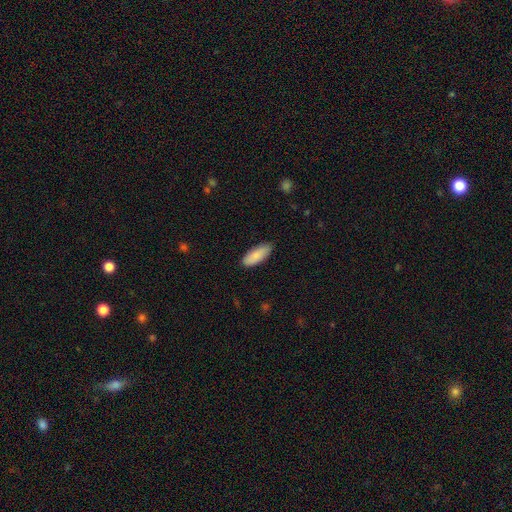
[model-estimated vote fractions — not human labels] Q: Smooth or featured?
A: smooth (86%); runner-up: featured or disk (8%)
Q: How rounded?
A: in between (78%); runner-up: cigar-shaped (20%)
Q: Merging?
A: none (85%); runner-up: minor disturbance (12%)